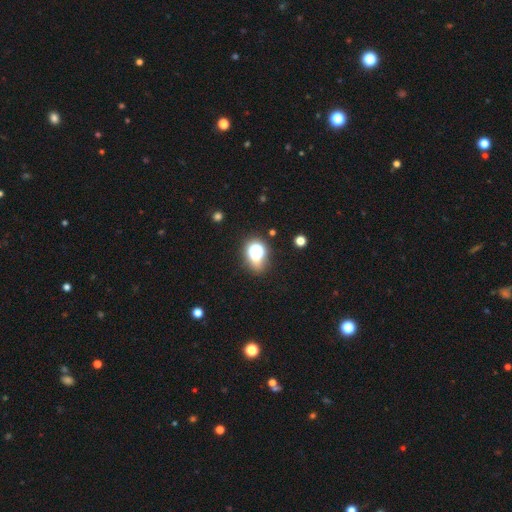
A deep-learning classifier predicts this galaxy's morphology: smooth_or_featured: smooth (p=0.54) [alt: star or artifact p=0.34]
how_rounded: round (p=0.51) [alt: in between p=0.46]
merging: none (p=0.66) [alt: minor disturbance p=0.16]